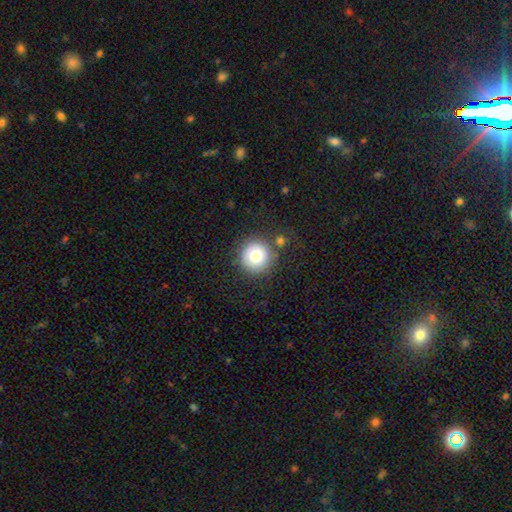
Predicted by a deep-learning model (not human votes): A smooth galaxy with no disk features (79%) that is round (95%). Merging: none (82%).